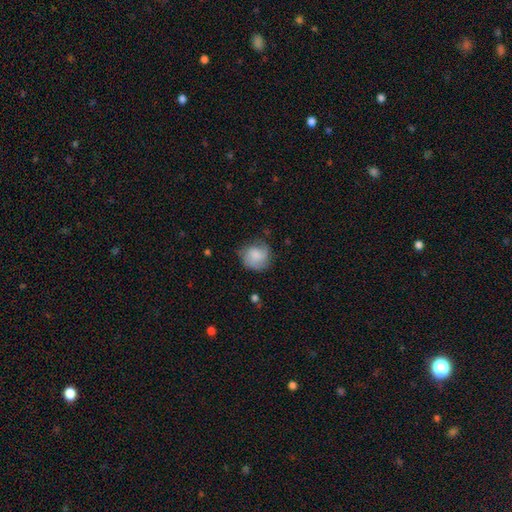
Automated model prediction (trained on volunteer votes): Smooth or featured: smooth — 69% (featured or disk — 23%)
How rounded: round — 83% (in between — 16%)
Merging: none — 66% (minor disturbance — 24%)